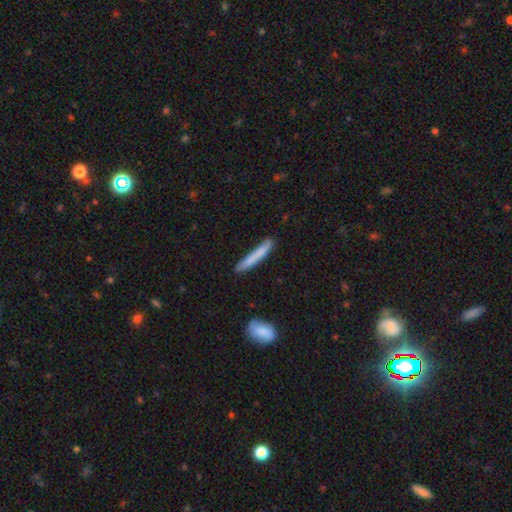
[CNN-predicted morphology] type=smooth (75%); roundness=cigar-shaped (95%); merging=none (83%).